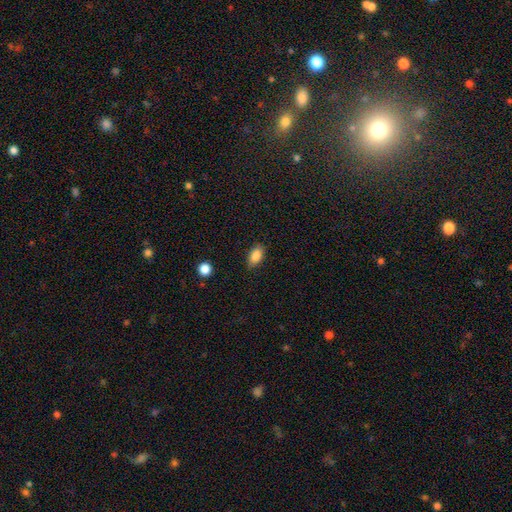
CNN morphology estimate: The model was most divided on "merging": none: 82%, minor disturbance: 14%, major disturbance: 3%, merger: 1%. More confident: how rounded — in between (90%); smooth or featured — smooth (86%).